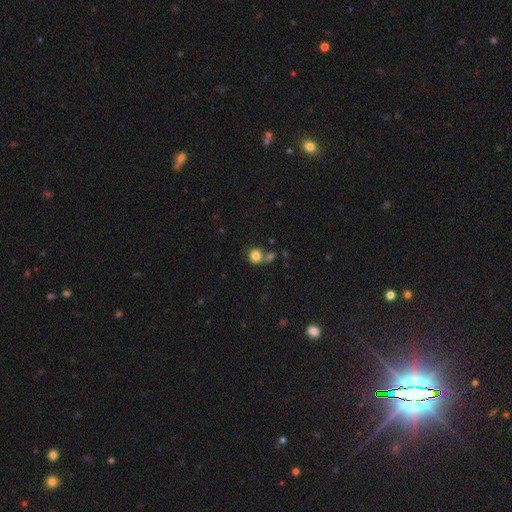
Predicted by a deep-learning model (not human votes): Smooth or featured? Predicted: smooth (p=0.83). How rounded? Predicted: round (p=0.82). Merging? Predicted: none (p=0.56).